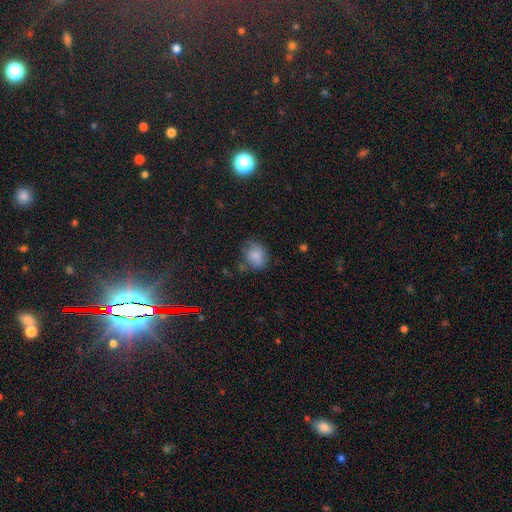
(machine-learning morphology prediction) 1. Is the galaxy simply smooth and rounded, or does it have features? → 78% smooth, 12% featured or disk, 10% star or artifact.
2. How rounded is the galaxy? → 52% round, 47% in between, 1% cigar-shaped.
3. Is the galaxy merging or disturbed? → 53% none, 31% minor disturbance, 12% major disturbance, 4% merger.